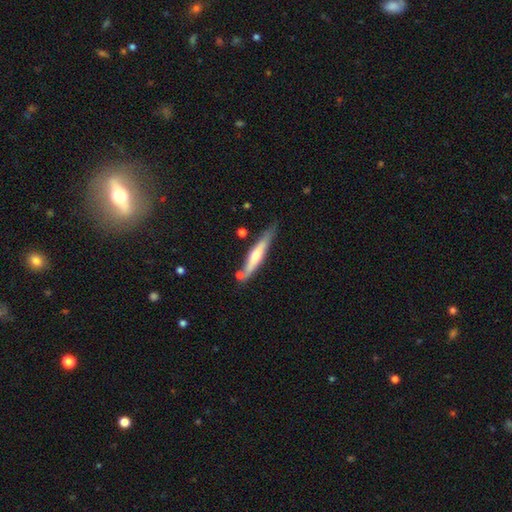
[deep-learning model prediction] Overall: featured or disk (52%; smooth 43%). Edge-on disk: yes (91%). Merging: none (68%).